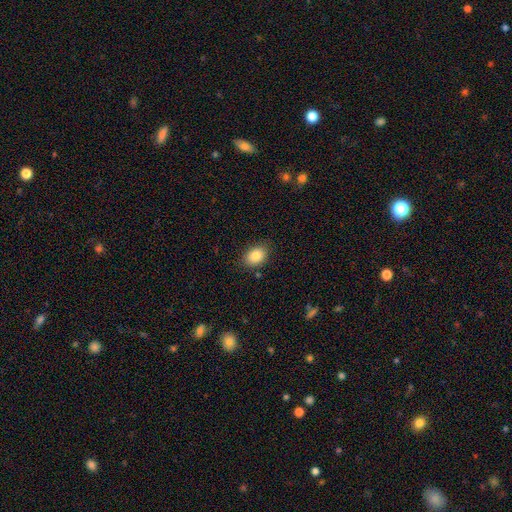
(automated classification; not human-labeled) Morphology: type=smooth (85%); roundness=in between (75%); merging=none (84%).